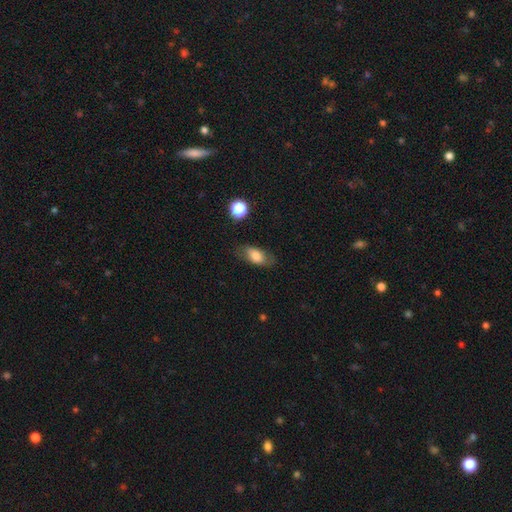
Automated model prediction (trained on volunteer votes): Smooth or featured?
  - smooth: 76% *
  - featured or disk: 16%
  - star or artifact: 8%
How rounded?
  - in between: 86% *
  - cigar-shaped: 8%
  - round: 7%
Merging?
  - none: 74% *
  - minor disturbance: 18%
  - major disturbance: 6%
  - merger: 2%